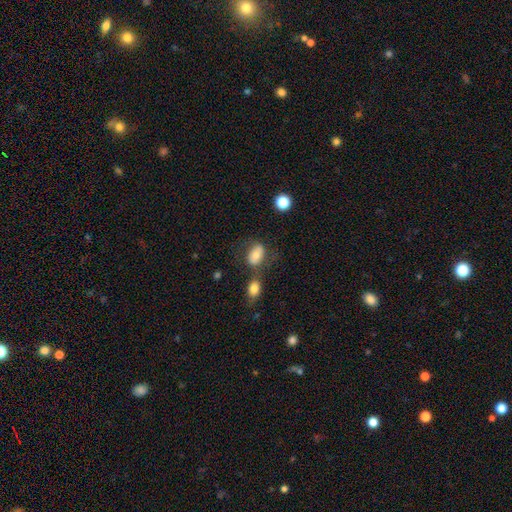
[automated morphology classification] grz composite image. It shows a smooth galaxy with no disk features (71%) that is in between round and cigar-shaped (83%). Merging: none (48%).